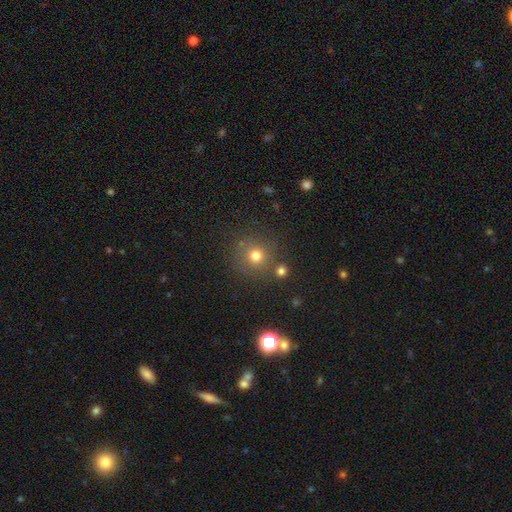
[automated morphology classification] Smooth or featured?
  - smooth: 74% *
  - star or artifact: 17%
  - featured or disk: 9%
How rounded?
  - round: 92% *
  - in between: 7%
  - cigar-shaped: 1%
Merging?
  - none: 77% *
  - minor disturbance: 10%
  - merger: 9%
  - major disturbance: 4%